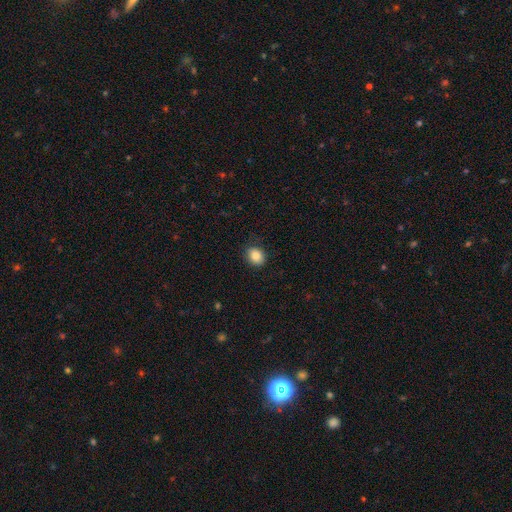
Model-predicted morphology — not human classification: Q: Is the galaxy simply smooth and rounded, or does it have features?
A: smooth — 85%.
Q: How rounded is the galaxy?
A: round — 54%.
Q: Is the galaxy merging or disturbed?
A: none — 85%.